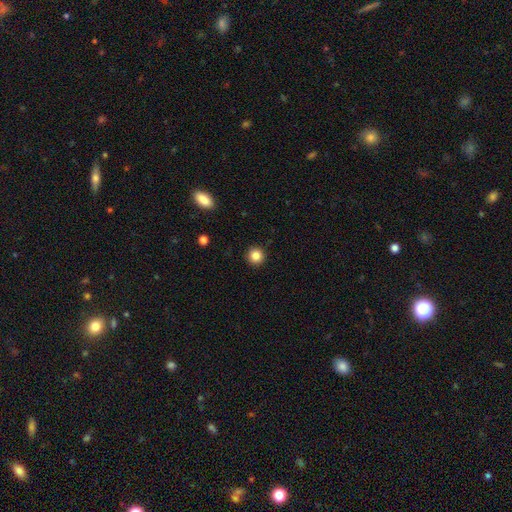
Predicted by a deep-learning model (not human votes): A smooth galaxy with no disk features (84%) that is round (95%).

Vote fractions:
- Smooth or featured? smooth: 84% / star or artifact: 11% / featured or disk: 5%
- How rounded? round: 95% / in between: 4% / cigar-shaped: 1%
- Merging? none: 92% / minor disturbance: 5% / major disturbance: 2% / merger: 1%